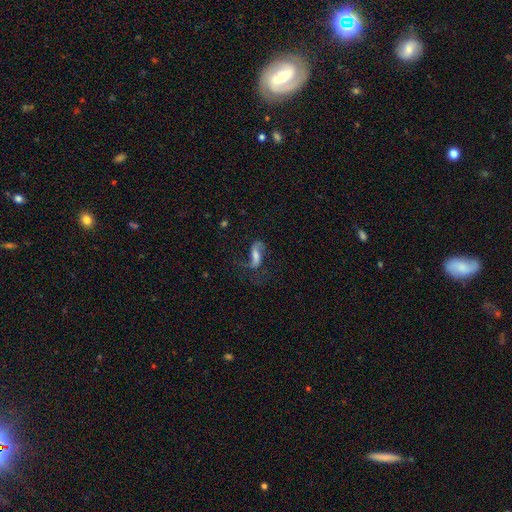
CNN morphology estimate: Smooth or featured? featured or disk (65%)
Edge-on disk? no (91%)
Bar? weak (39%)
Spiral arms? yes (88%)
Spiral winding? loose (67%)
Spiral arm count? 2 (78%)
Bulge size? moderate (40%)
Merging? none (48%)